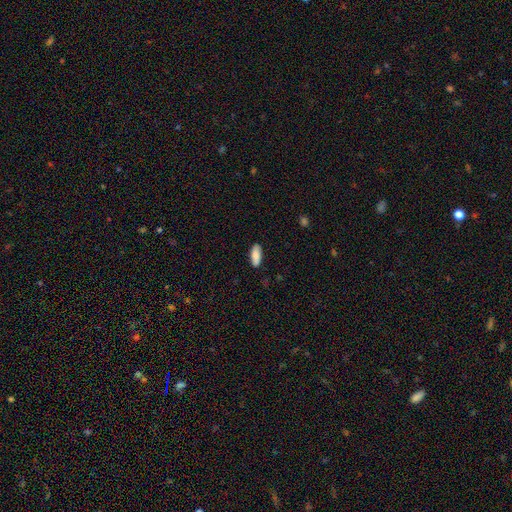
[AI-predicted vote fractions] Smooth or featured?
  - smooth: 86% *
  - featured or disk: 8%
  - star or artifact: 6%
How rounded?
  - in between: 77% *
  - cigar-shaped: 21%
  - round: 2%
Merging?
  - none: 87% *
  - minor disturbance: 10%
  - major disturbance: 2%
  - merger: 1%